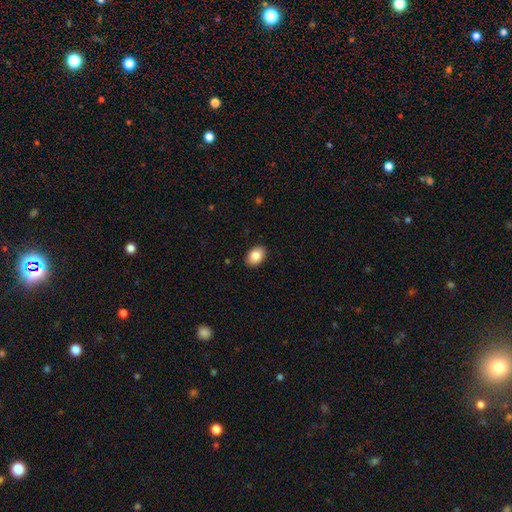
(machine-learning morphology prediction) smooth-or-featured: smooth: 86% | star or artifact: 8% | featured or disk: 6%
  how-rounded: in between: 80% | round: 19% | cigar-shaped: 1%
  merging: none: 89% | minor disturbance: 8% | major disturbance: 2% | merger: 1%